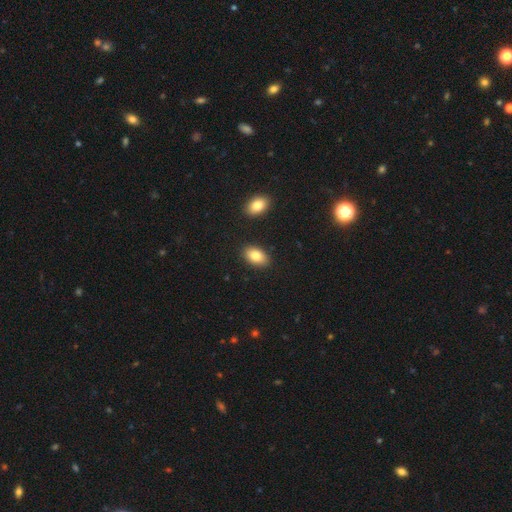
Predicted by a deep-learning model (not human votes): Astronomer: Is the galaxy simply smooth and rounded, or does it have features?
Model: smooth — 82%.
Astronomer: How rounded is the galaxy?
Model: in between — 92%.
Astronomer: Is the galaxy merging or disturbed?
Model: none — 87%.